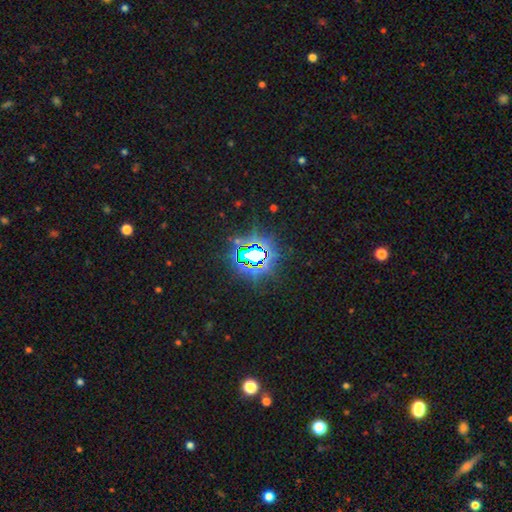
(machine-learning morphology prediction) Smooth or featured?
  - star or artifact: 78% *
  - smooth: 12%
  - featured or disk: 10%